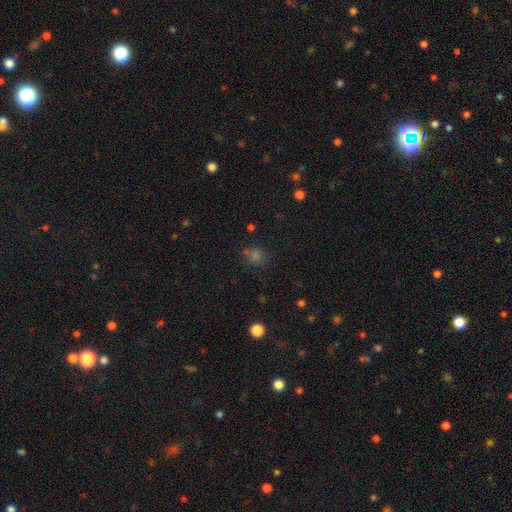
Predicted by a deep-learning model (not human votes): Smooth or featured: smooth — 64% (star or artifact — 29%)
How rounded: round — 81% (in between — 18%)
Merging: none — 73% (minor disturbance — 12%)